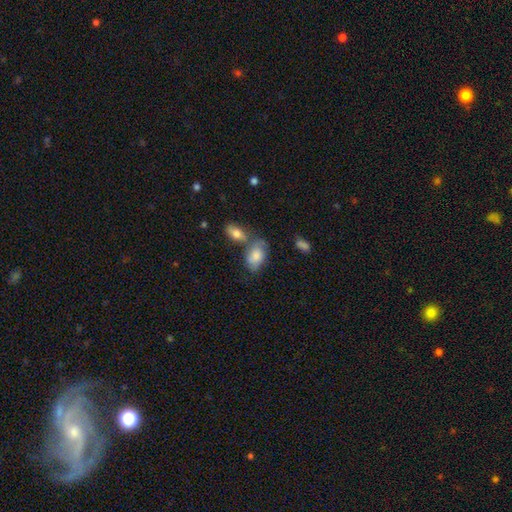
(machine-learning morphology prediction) A smooth galaxy with no disk features (74%) that is in between round and cigar-shaped (91%).

Vote fractions:
- Smooth or featured? smooth: 74% / featured or disk: 19% / star or artifact: 7%
- How rounded? in between: 91% / round: 7% / cigar-shaped: 2%
- Merging? none: 41% / merger: 31% / minor disturbance: 20% / major disturbance: 8%